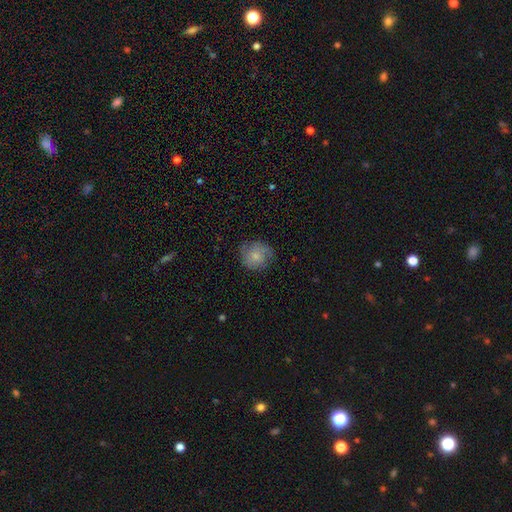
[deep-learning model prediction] Smooth or featured: smooth — 66% (featured or disk — 26%)
How rounded: round — 84% (in between — 15%)
Merging: none — 72% (minor disturbance — 20%)